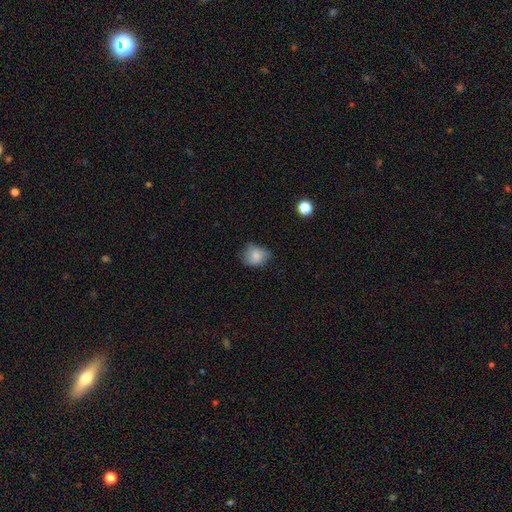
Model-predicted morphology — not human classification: Q: Smooth or featured?
A: smooth (79%); runner-up: featured or disk (12%)
Q: How rounded?
A: round (56%); runner-up: in between (43%)
Q: Merging?
A: none (56%); runner-up: minor disturbance (33%)